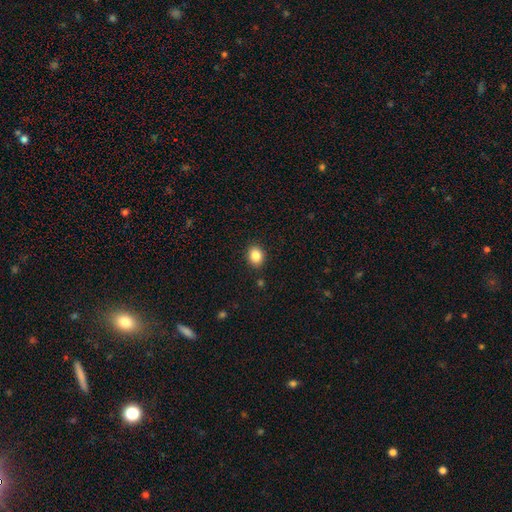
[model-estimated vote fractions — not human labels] Smooth or featured? smooth (85%)
How rounded? round (52%)
Merging? none (89%)